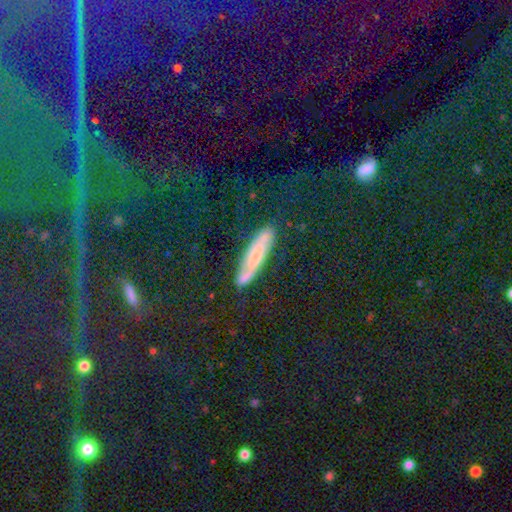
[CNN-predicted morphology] Smooth or featured? Predicted: smooth (p=0.48). Merging? Predicted: none (p=0.78).